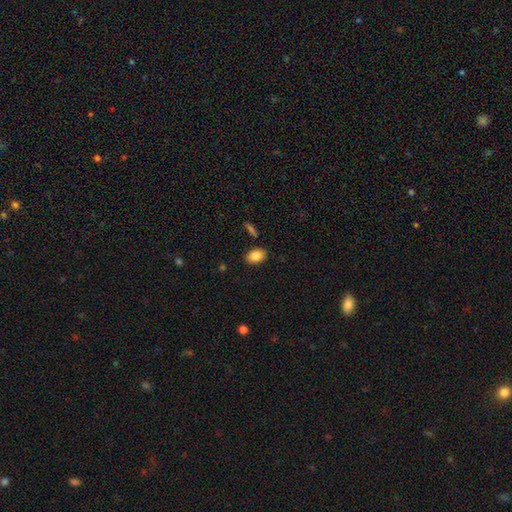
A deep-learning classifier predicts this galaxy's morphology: This appears to be a smooth galaxy with no disk features (86%) that is in between round and cigar-shaped (86%). Merging: none (86%).